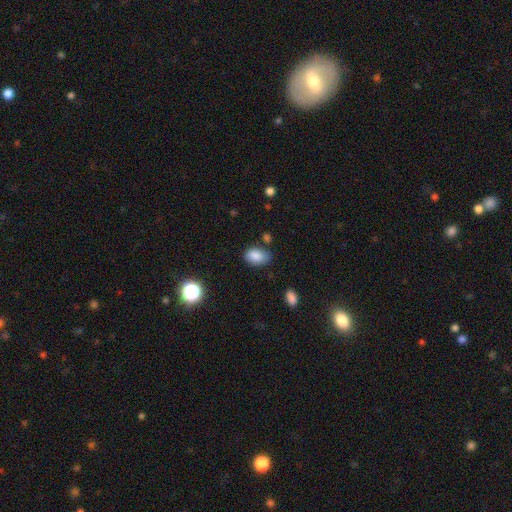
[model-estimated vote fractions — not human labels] Morphology: type=smooth (85%); roundness=in between (85%); merging=none (69%).